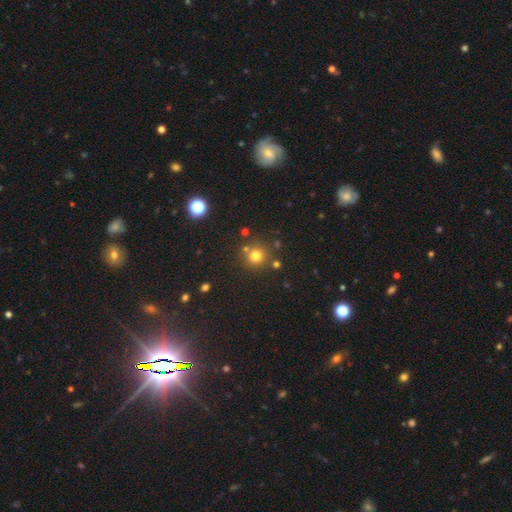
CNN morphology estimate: The model was most divided on "smooth or featured": smooth: 75%, star or artifact: 18%, featured or disk: 7%. More confident: how rounded — round (93%); merging — none (79%).